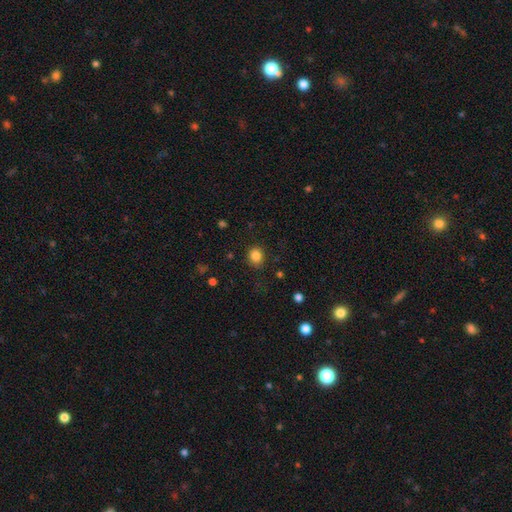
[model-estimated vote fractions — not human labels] This appears to be a smooth galaxy with no disk features (84%) that is round (78%). Merging: none (85%).